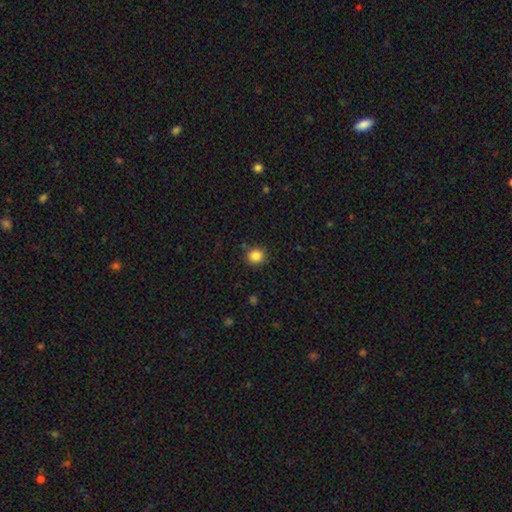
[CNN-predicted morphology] Smooth or featured?
  - smooth: 85% *
  - star or artifact: 11%
  - featured or disk: 4%
How rounded?
  - round: 89% *
  - in between: 10%
  - cigar-shaped: 1%
Merging?
  - none: 88% *
  - minor disturbance: 8%
  - major disturbance: 2%
  - merger: 2%